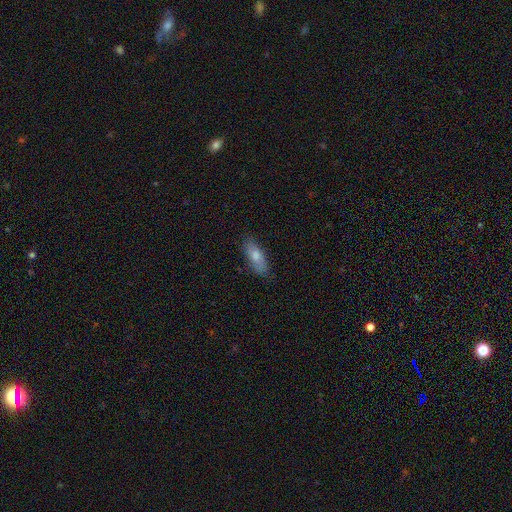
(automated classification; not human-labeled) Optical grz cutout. It shows a smooth galaxy with no disk features (73%) that is in between round and cigar-shaped (59%). Merging: none (82%).